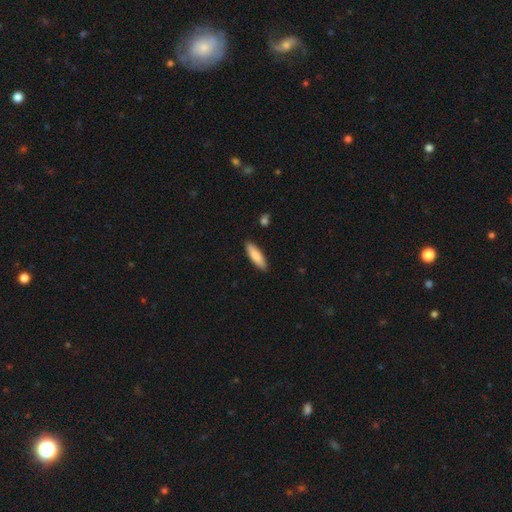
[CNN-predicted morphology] Smooth or featured?
  - smooth: 84% *
  - featured or disk: 10%
  - star or artifact: 5%
How rounded?
  - cigar-shaped: 54% *
  - in between: 44%
  - round: 1%
Merging?
  - none: 89% *
  - minor disturbance: 8%
  - major disturbance: 2%
  - merger: 1%